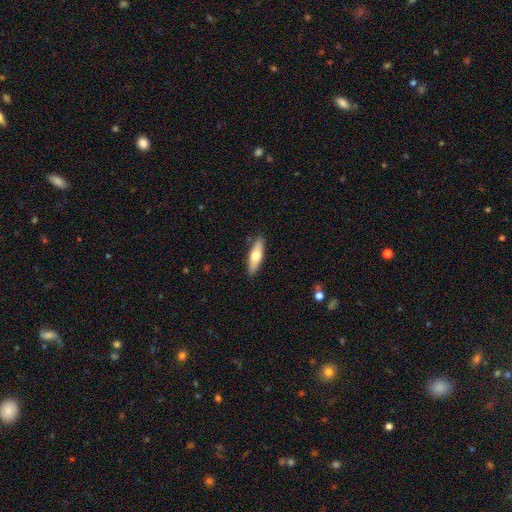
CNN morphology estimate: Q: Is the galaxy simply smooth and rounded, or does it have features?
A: smooth — 58%.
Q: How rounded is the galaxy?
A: cigar-shaped — 53%.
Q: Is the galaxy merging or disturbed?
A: none — 89%.